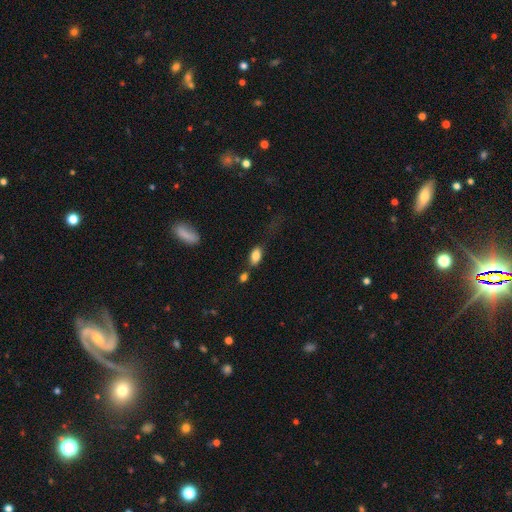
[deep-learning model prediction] Smooth or featured: smooth — 84% (featured or disk — 8%)
How rounded: in between — 90% (round — 6%)
Merging: none — 61% (minor disturbance — 19%)